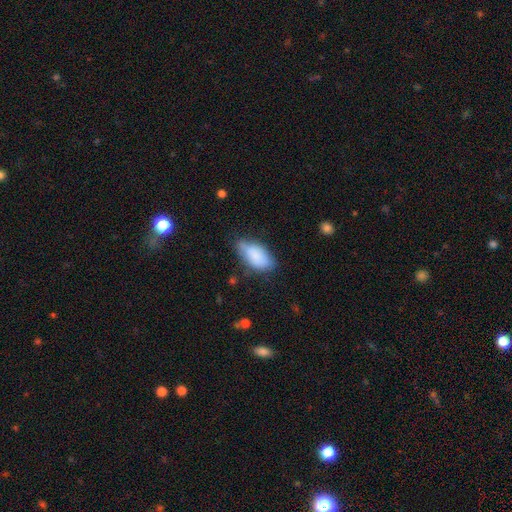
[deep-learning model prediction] This is clearly a smooth galaxy (81%). How rounded: clearly in between (91%). Merging: possibly none (52%).